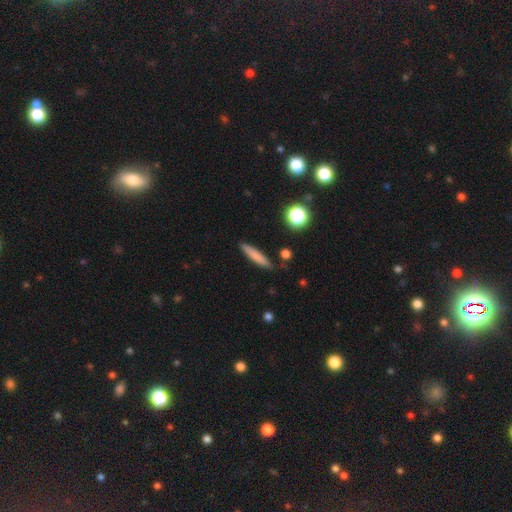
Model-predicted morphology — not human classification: Overall: smooth (76%). How rounded: cigar-shaped (89%). Merging: none (87%).